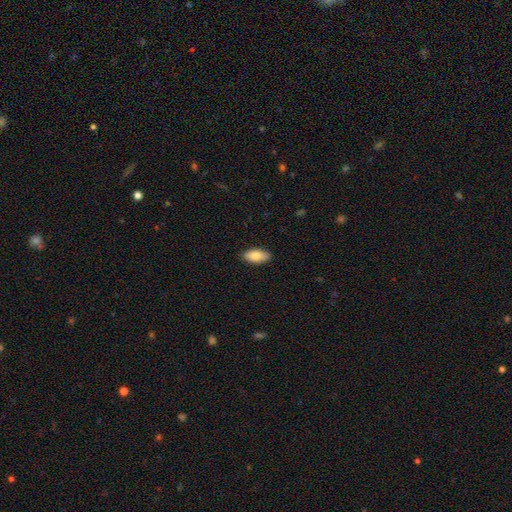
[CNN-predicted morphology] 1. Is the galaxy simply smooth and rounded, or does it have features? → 84% smooth, 10% featured or disk, 6% star or artifact.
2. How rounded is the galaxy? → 91% in between, 7% cigar-shaped, 2% round.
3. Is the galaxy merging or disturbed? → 88% none, 9% minor disturbance, 2% major disturbance, 1% merger.